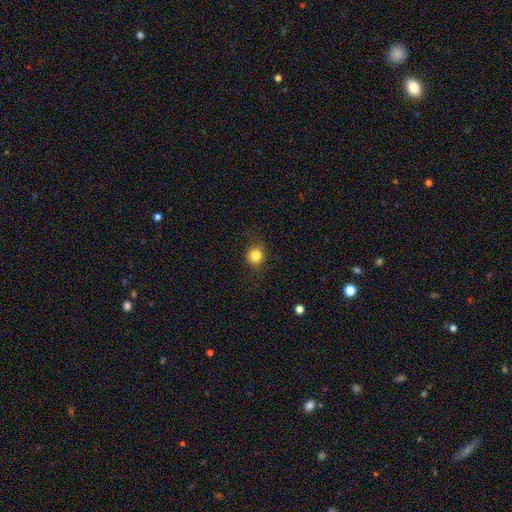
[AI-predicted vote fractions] A smooth galaxy with no disk features (83%) that is round (87%). Merging: none (82%).